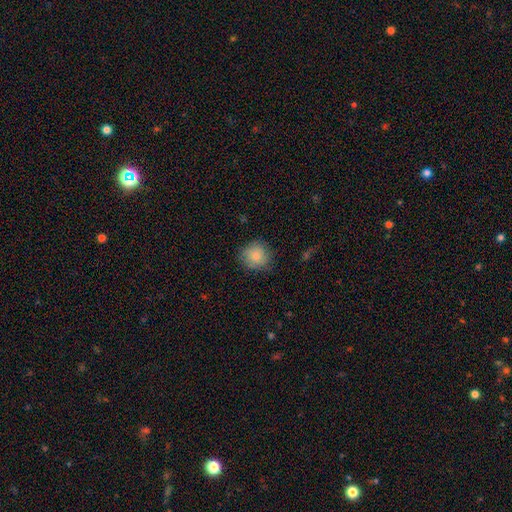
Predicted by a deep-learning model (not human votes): This is clearly a smooth galaxy (84%). How rounded: clearly round (90%). Merging: clearly none (81%).